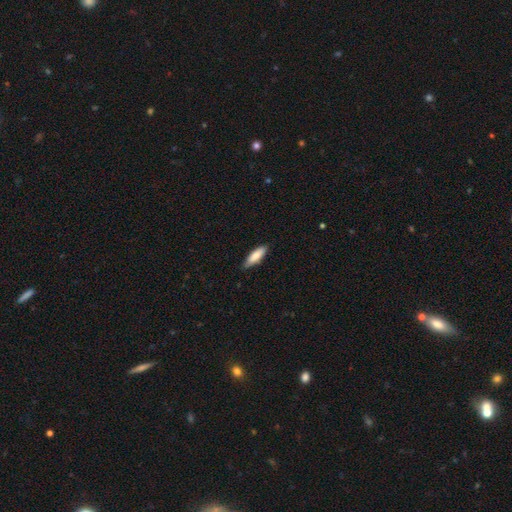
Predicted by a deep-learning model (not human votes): The model was most divided on "how rounded": cigar-shaped: 56%, in between: 42%, round: 1%. More confident: merging — none (82%); smooth or featured — smooth (81%).